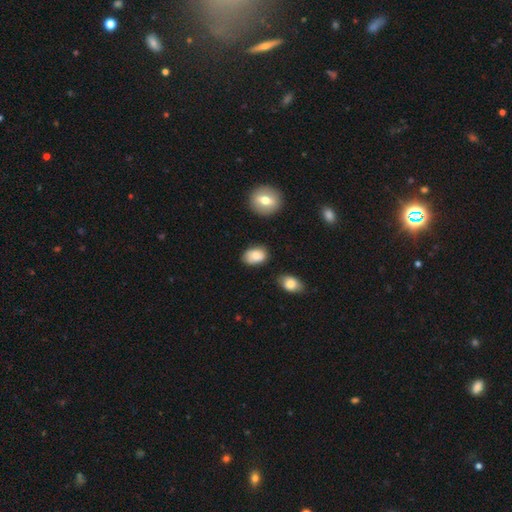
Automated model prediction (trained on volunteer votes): This is likely a smooth galaxy (79%). How rounded: clearly in between (84%). Merging: likely none (75%).